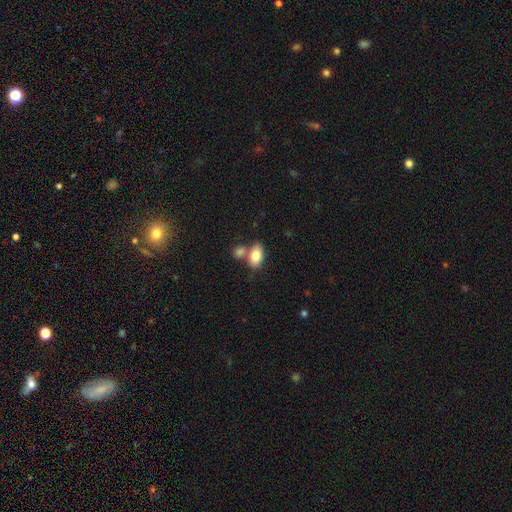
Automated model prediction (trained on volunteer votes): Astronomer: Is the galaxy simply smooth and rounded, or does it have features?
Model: smooth — 84%.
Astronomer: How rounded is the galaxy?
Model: in between — 90%.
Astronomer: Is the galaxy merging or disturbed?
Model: none — 47% (runner-up: merger, 37%).